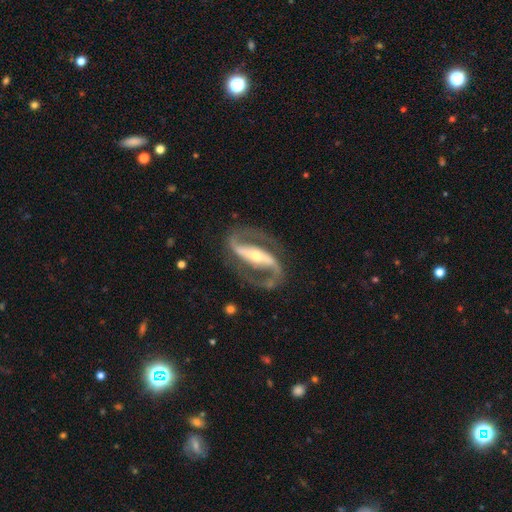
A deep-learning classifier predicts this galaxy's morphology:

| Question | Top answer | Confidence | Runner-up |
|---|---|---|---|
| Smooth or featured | featured or disk | 93% | star or artifact (4%) |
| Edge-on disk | no | 95% | yes (5%) |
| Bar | strong | 69% | weak (18%) |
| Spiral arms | yes | 97% | no (3%) |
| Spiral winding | medium | 57% | loose (25%) |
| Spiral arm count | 2 | 94% | 1 (2%) |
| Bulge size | moderate | 48% | small (46%) |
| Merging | none | 82% | minor disturbance (11%) |